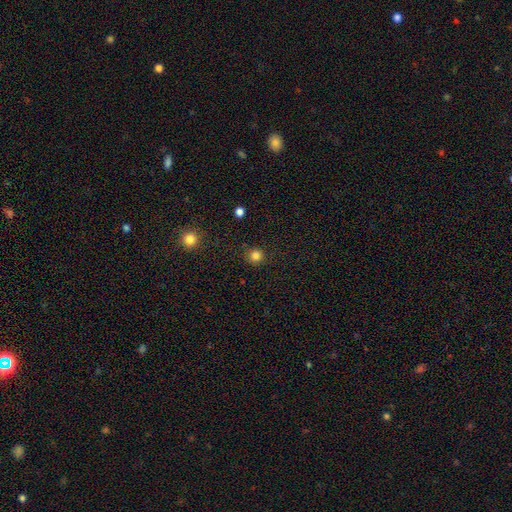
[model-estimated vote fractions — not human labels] This appears to be a smooth galaxy with no disk features (83%) that is round (94%). Merging: none (89%).